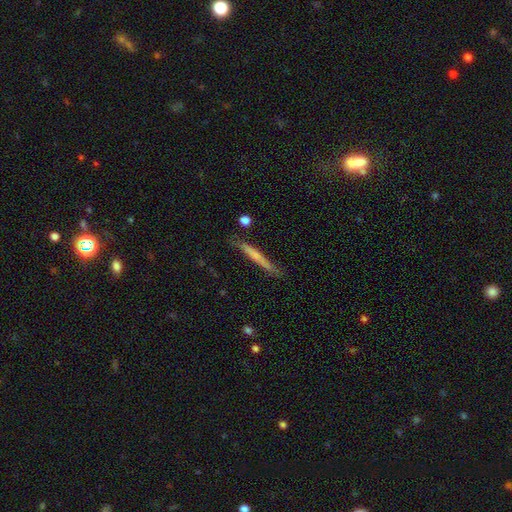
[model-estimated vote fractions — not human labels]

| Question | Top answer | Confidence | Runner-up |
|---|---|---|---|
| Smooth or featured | smooth | 56% | featured or disk (37%) |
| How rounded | cigar-shaped | 96% | in between (3%) |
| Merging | none | 77% | minor disturbance (17%) |